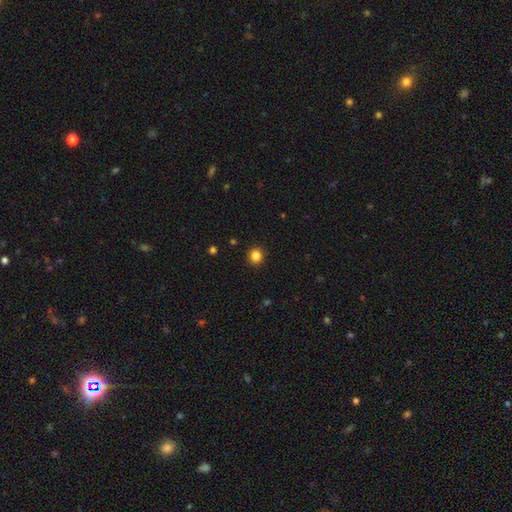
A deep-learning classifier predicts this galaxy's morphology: Overall: smooth (85%). How rounded: round (88%). Merging: none (92%).